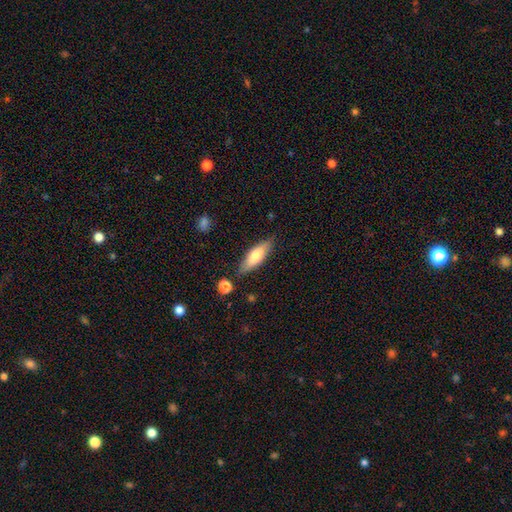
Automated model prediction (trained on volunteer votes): Overall: smooth (72%). How rounded: in between (52%; cigar-shaped 47%). Merging: none (81%).